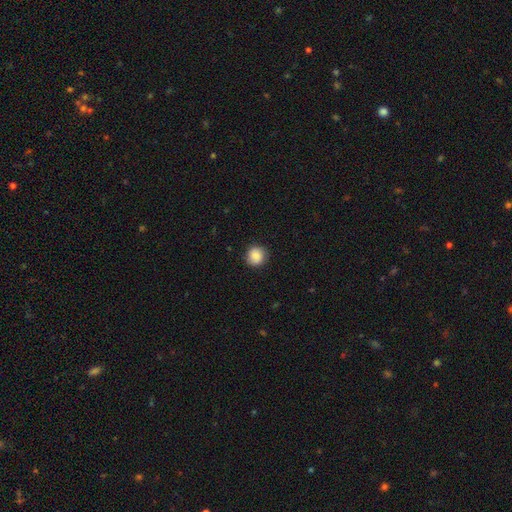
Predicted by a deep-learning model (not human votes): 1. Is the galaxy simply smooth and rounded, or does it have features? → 88% smooth, 8% star or artifact, 4% featured or disk.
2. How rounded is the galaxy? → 91% round, 8% in between, 1% cigar-shaped.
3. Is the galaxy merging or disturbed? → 88% none, 9% minor disturbance, 2% major disturbance, 1% merger.